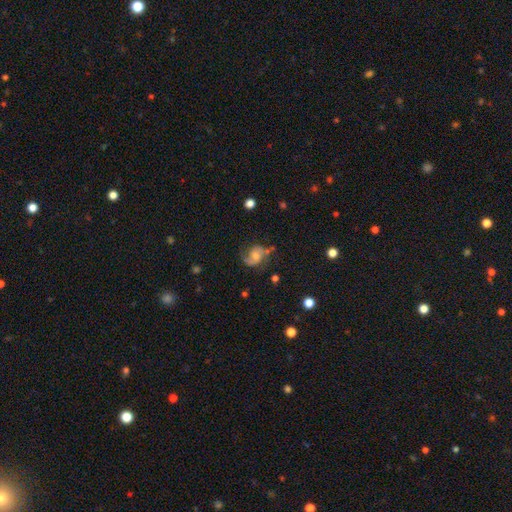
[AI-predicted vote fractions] Smooth or featured? featured or disk (66%)
Edge-on disk? no (97%)
Bar? no (58%)
Spiral arms? yes (89%)
Spiral winding? medium (46%)
Spiral arm count? 2 (82%)
Bulge size? moderate (46%)
Merging? none (59%)